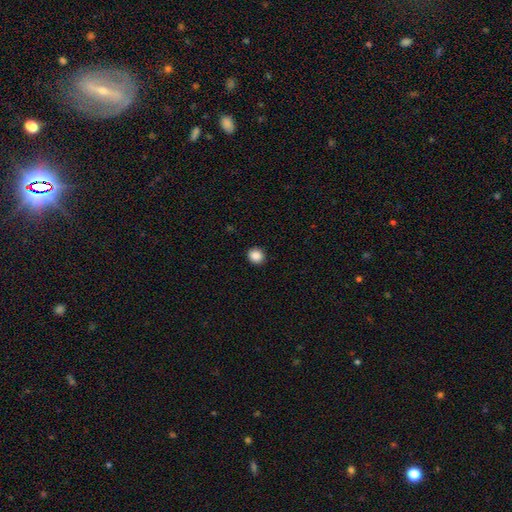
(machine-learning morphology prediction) Smooth or featured?
  - smooth: 88% *
  - star or artifact: 9%
  - featured or disk: 3%
How rounded?
  - round: 85% *
  - in between: 14%
  - cigar-shaped: 1%
Merging?
  - none: 92% *
  - minor disturbance: 5%
  - major disturbance: 2%
  - merger: 1%